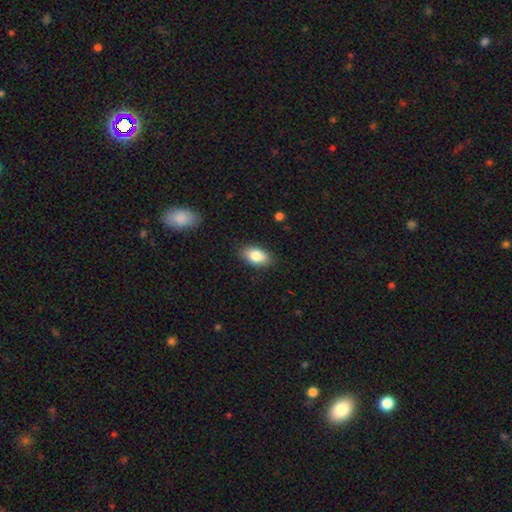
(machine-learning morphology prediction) smooth-or-featured: smooth: 82% | featured or disk: 10% | star or artifact: 7%
  how-rounded: in between: 90% | round: 7% | cigar-shaped: 3%
  merging: none: 86% | minor disturbance: 11% | major disturbance: 2% | merger: 1%